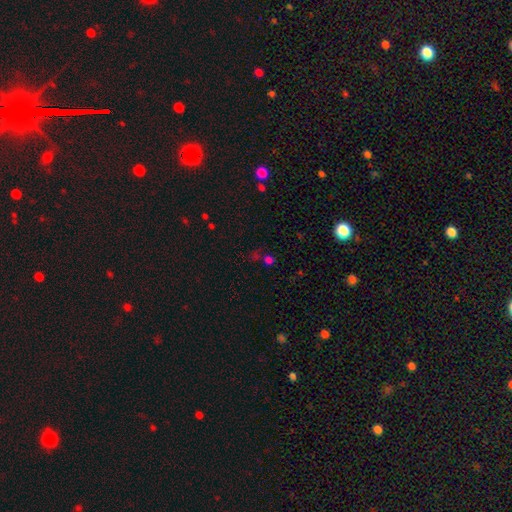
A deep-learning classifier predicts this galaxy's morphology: Smooth or featured?
  - star or artifact: 52% *
  - smooth: 40%
  - featured or disk: 8%